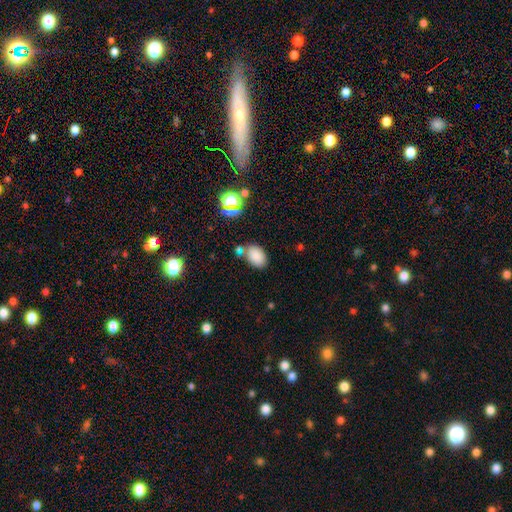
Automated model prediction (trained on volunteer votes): A smooth galaxy with no disk features (83%) that is in between round and cigar-shaped (87%).

Vote fractions:
- Smooth or featured? smooth: 83% / star or artifact: 12% / featured or disk: 5%
- How rounded? in between: 87% / round: 12% / cigar-shaped: 1%
- Merging? none: 66% / minor disturbance: 18% / merger: 11% / major disturbance: 5%